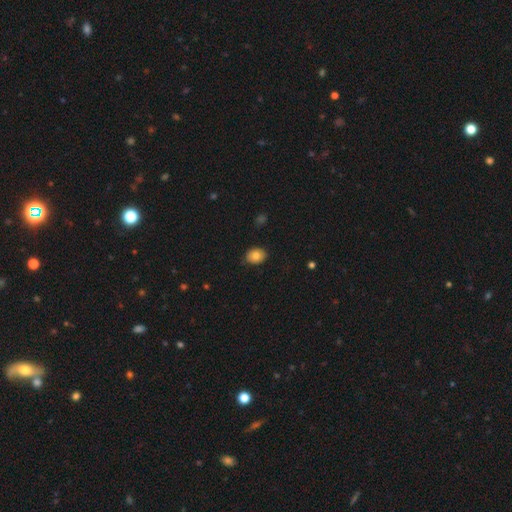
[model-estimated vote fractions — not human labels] smooth-or-featured: smooth: 81% | featured or disk: 11% | star or artifact: 9%
  how-rounded: in between: 60% | round: 39% | cigar-shaped: 1%
  merging: none: 85% | minor disturbance: 12% | major disturbance: 2% | merger: 1%